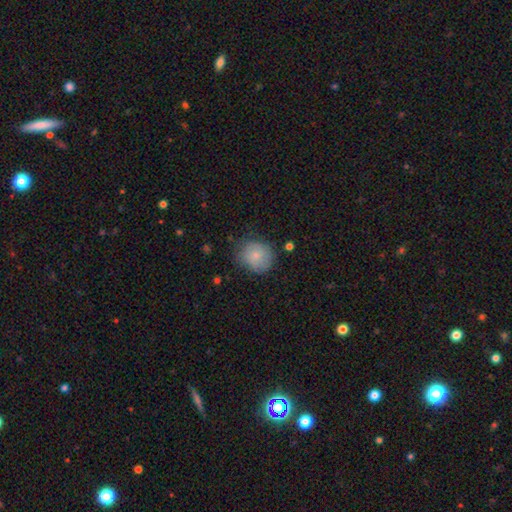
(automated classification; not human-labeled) Q: Smooth or featured?
A: smooth (78%); runner-up: featured or disk (14%)
Q: How rounded?
A: round (79%); runner-up: in between (20%)
Q: Merging?
A: none (66%); runner-up: minor disturbance (25%)